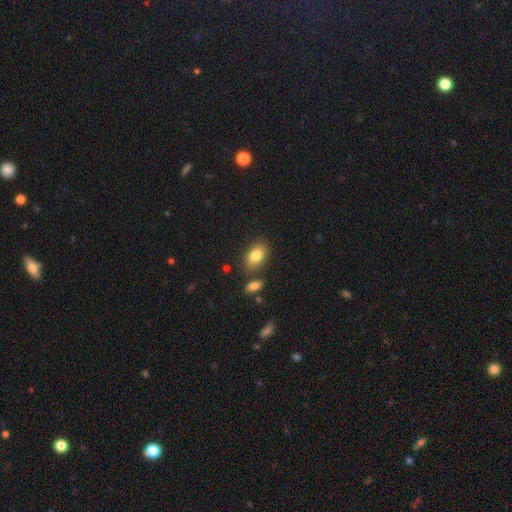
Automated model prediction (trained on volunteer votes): Smooth or featured? smooth (82%)
How rounded? in between (87%)
Merging? none (79%)